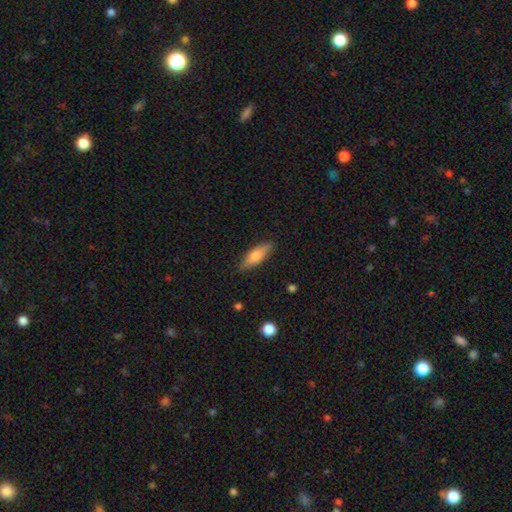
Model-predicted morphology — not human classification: Q: Smooth or featured?
A: smooth (65%); runner-up: featured or disk (28%)
Q: How rounded?
A: in between (51%); runner-up: cigar-shaped (47%)
Q: Merging?
A: none (85%); runner-up: minor disturbance (12%)